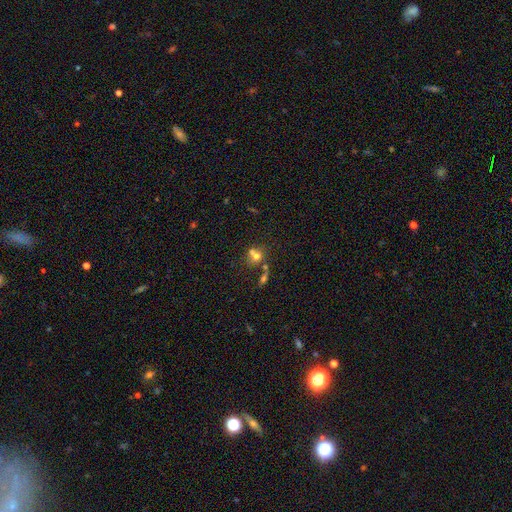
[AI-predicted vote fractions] smooth_or_featured: smooth (p=0.63) [alt: featured or disk p=0.21]
how_rounded: round (p=0.73) [alt: in between p=0.26]
merging: merger (p=0.48) [alt: none p=0.37]